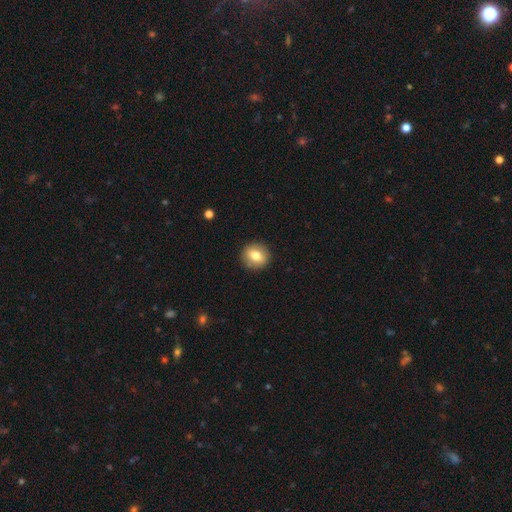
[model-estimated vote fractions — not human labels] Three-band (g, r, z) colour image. It shows a smooth galaxy with no disk features (74%) that is round (84%). Merging: none (90%).